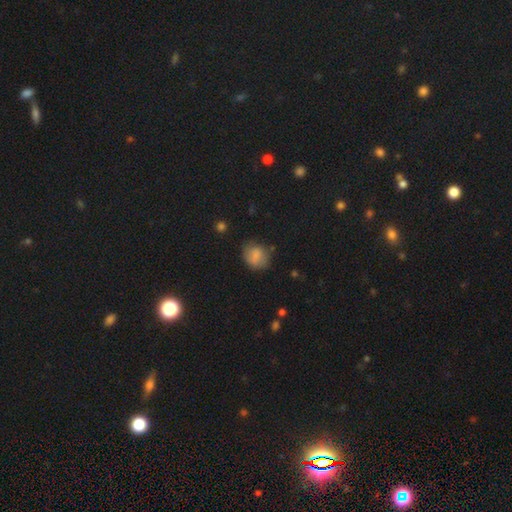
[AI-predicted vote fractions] Q: Smooth or featured?
A: smooth (75%); runner-up: featured or disk (15%)
Q: How rounded?
A: round (65%); runner-up: in between (33%)
Q: Merging?
A: none (64%); runner-up: minor disturbance (23%)